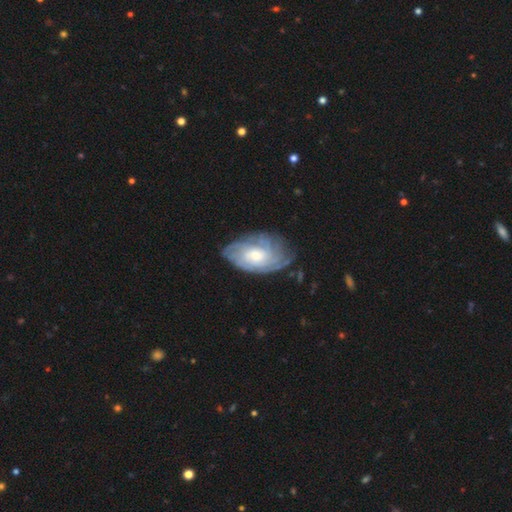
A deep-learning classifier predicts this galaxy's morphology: Q: Smooth or featured?
A: featured or disk (75%); runner-up: smooth (19%)
Q: Edge-on disk?
A: no (96%); runner-up: yes (4%)
Q: Bar?
A: no (72%); runner-up: weak (24%)
Q: Spiral arms?
A: yes (92%); runner-up: no (8%)
Q: Spiral winding?
A: tight (67%); runner-up: medium (25%)
Q: Spiral arm count?
A: can't tell (52%); runner-up: 4 (14%)
Q: Bulge size?
A: moderate (56%); runner-up: small (32%)
Q: Merging?
A: none (69%); runner-up: minor disturbance (22%)